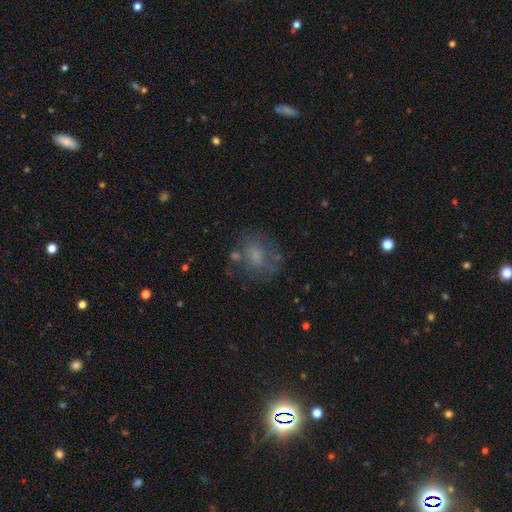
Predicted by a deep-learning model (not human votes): Smooth or featured: smooth — 49% (featured or disk — 36%)
Merging: none — 58% (minor disturbance — 20%)